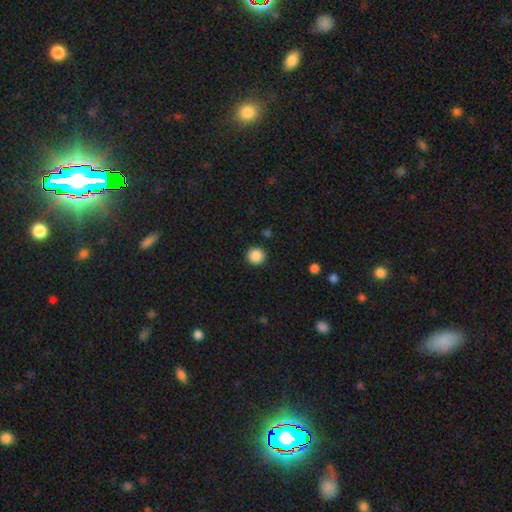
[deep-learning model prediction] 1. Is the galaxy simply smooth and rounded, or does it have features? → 88% smooth, 10% star or artifact, 3% featured or disk.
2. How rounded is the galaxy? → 95% round, 4% in between, 1% cigar-shaped.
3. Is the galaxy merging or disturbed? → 92% none, 5% minor disturbance, 2% major disturbance, 1% merger.